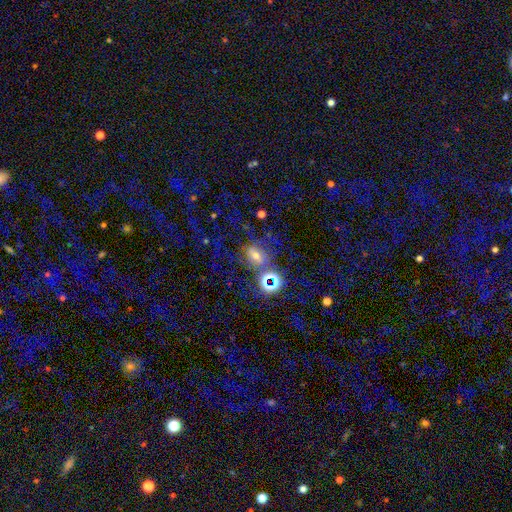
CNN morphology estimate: Smooth or featured?
  - smooth: 40% *
  - star or artifact: 37%
  - featured or disk: 24%
Merging?
  - none: 51% *
  - major disturbance: 17%
  - minor disturbance: 16%
  - merger: 16%